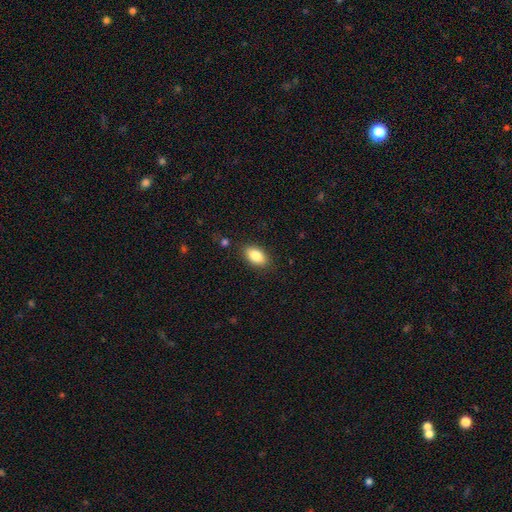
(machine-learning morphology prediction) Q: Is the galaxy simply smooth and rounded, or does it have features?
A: smooth — 85%.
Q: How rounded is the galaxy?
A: in between — 92%.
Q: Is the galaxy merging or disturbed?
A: none — 86%.